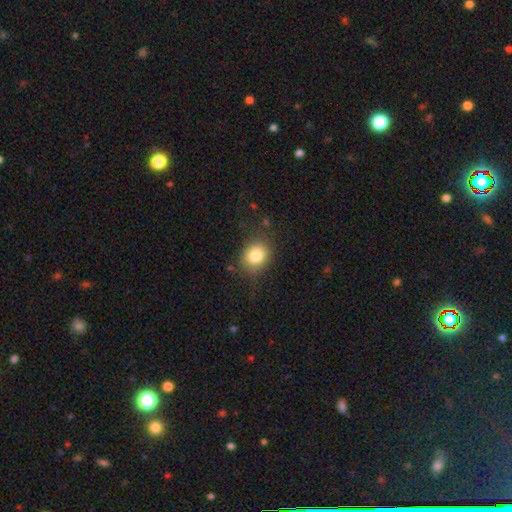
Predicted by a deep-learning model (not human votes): smooth 80%, star or artifact 10%, featured or disk 9%. Down the decision tree: how rounded — round (65%); merging — none (76%).